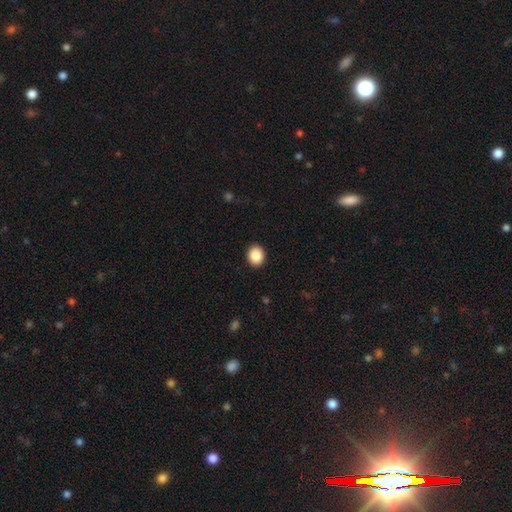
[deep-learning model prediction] Morphology: type=smooth (88%); roundness=round (60%); merging=none (92%).